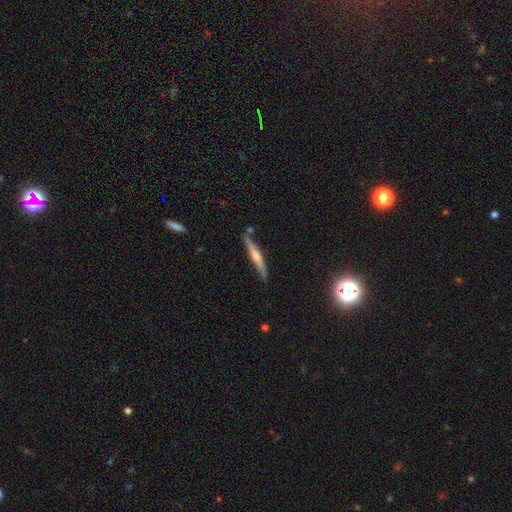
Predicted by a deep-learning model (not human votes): This appears to be a featured or disk galaxy (60%) viewed edge-on (96%) with a rounded central bulge (67%). Merging: none (83%).